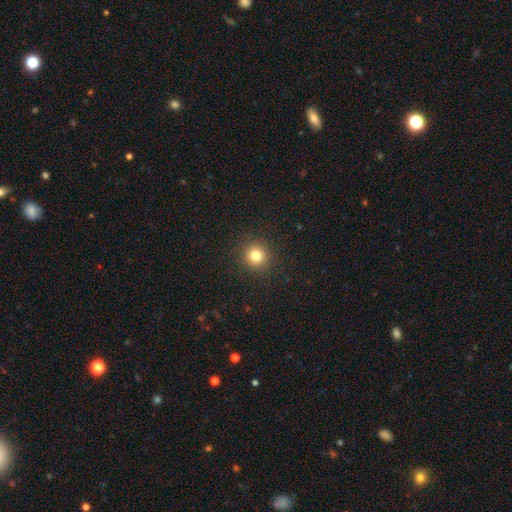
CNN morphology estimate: smooth-or-featured: smooth: 81% | star or artifact: 13% | featured or disk: 6%
  how-rounded: round: 93% | in between: 6% | cigar-shaped: 1%
  merging: none: 92% | minor disturbance: 5% | major disturbance: 2% | merger: 1%